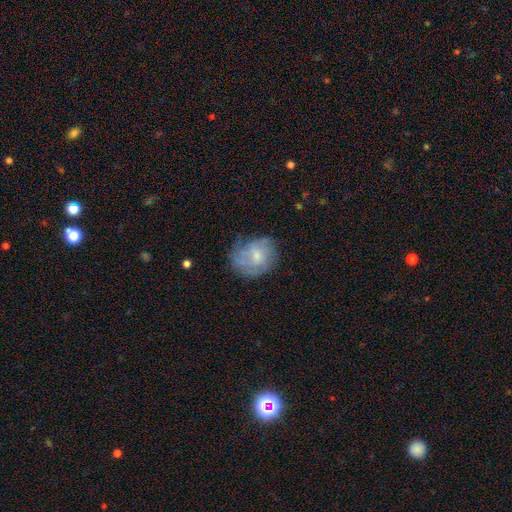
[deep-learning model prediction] Smooth or featured? smooth (47%)
Merging? none (56%)